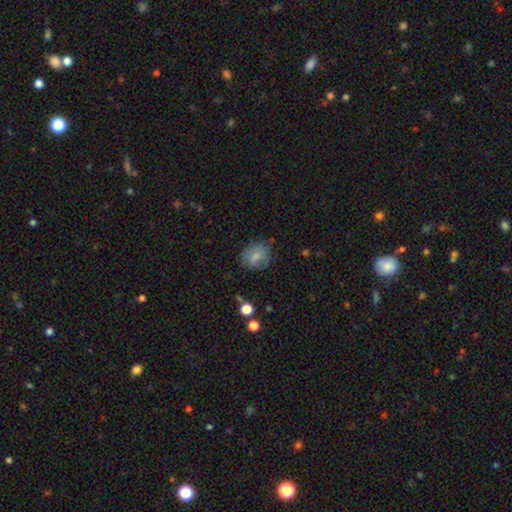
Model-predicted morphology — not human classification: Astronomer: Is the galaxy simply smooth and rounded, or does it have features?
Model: smooth — 76%.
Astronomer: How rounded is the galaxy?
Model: round — 55% (runner-up: in between, 43%).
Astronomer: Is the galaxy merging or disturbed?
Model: none — 71%.